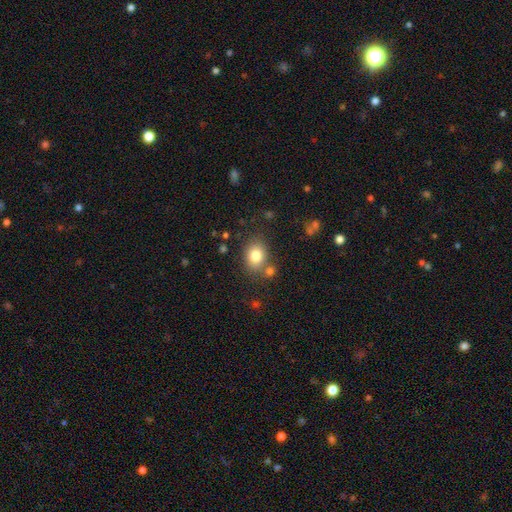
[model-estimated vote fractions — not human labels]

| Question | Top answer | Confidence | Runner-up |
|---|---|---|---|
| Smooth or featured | smooth | 80% | star or artifact (11%) |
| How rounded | in between | 53% | round (46%) |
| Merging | none | 75% | minor disturbance (12%) |